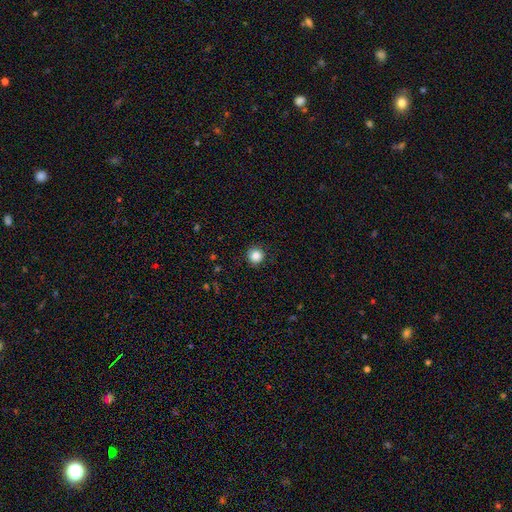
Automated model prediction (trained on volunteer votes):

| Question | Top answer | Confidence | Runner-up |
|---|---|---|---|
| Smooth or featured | smooth | 86% | star or artifact (10%) |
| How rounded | round | 95% | in between (4%) |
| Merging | none | 91% | minor disturbance (6%) |